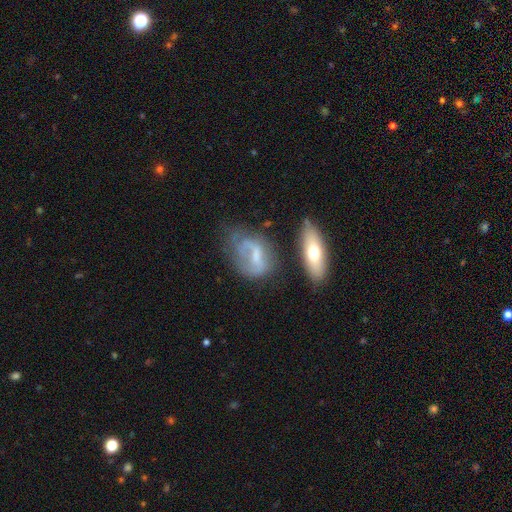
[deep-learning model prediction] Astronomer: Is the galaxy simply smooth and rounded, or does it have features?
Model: featured or disk — 54% (runner-up: smooth, 36%).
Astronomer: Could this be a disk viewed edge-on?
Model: no — 93%.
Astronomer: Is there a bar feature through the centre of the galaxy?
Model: no — 47% (runner-up: weak, 37%).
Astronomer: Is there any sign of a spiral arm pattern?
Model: no — 52% (runner-up: yes, 48%).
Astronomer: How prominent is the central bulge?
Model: small — 33% (runner-up: none, 32%).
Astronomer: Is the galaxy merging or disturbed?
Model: none — 37% (runner-up: major disturbance, 30%).